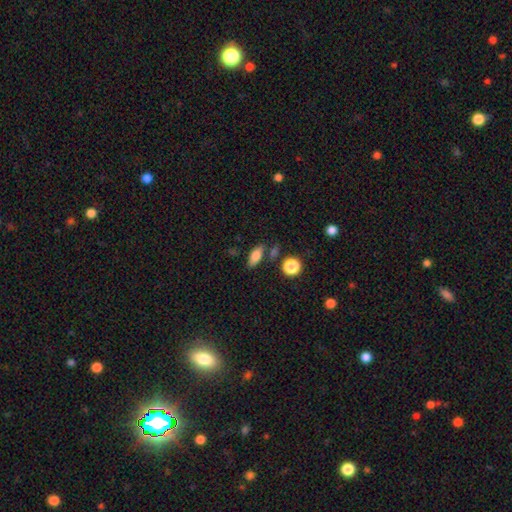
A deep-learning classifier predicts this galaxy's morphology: Smooth or featured? Predicted: smooth (p=0.76). How rounded? Predicted: in between (p=0.75). Merging? Predicted: none (p=0.77).